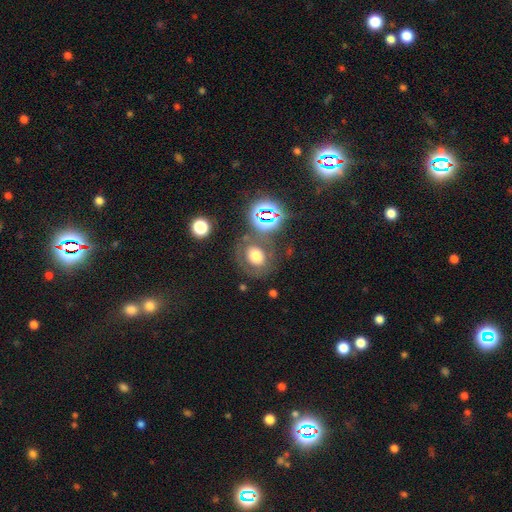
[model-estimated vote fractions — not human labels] smooth 55%, featured or disk 24%, star or artifact 21%. Down the decision tree: how rounded — round (65%); merging — none (70%).